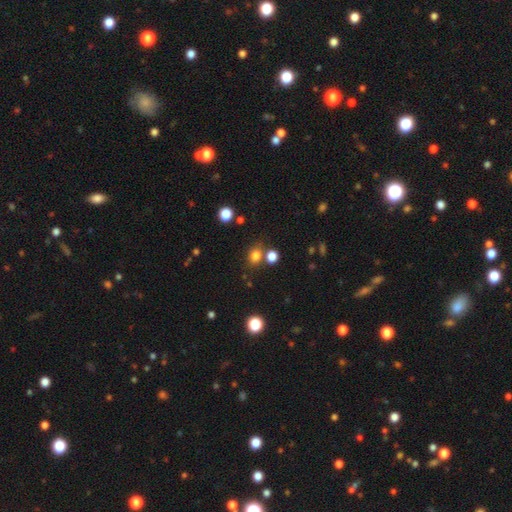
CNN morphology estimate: Q: Smooth or featured?
A: smooth (79%); runner-up: star or artifact (16%)
Q: How rounded?
A: round (59%); runner-up: in between (40%)
Q: Merging?
A: none (70%); runner-up: merger (15%)